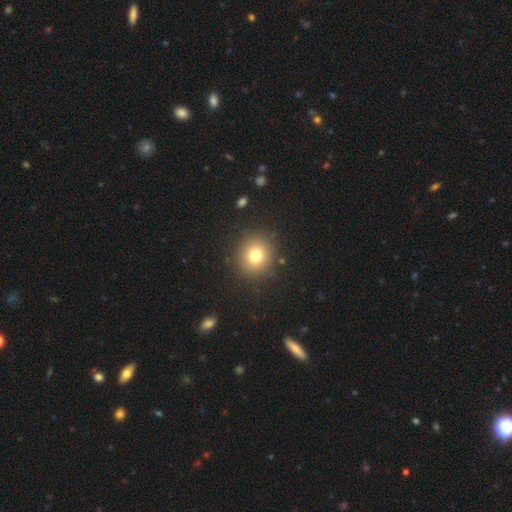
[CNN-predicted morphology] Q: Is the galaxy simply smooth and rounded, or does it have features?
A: smooth — 76%.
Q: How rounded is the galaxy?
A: round — 86%.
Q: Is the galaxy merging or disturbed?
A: none — 89%.